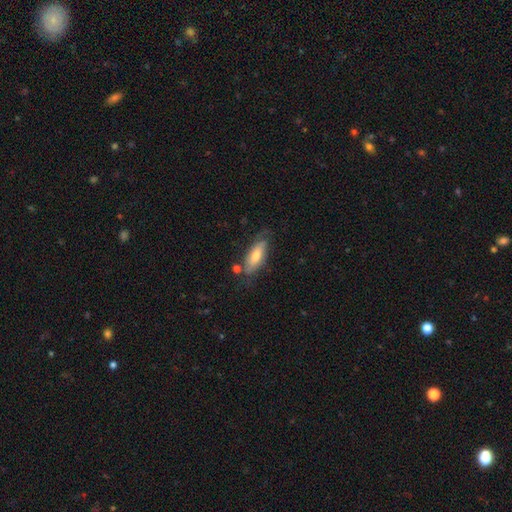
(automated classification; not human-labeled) This is possibly a smooth galaxy (60%). How rounded: likely in between (67%). Merging: likely none (64%).